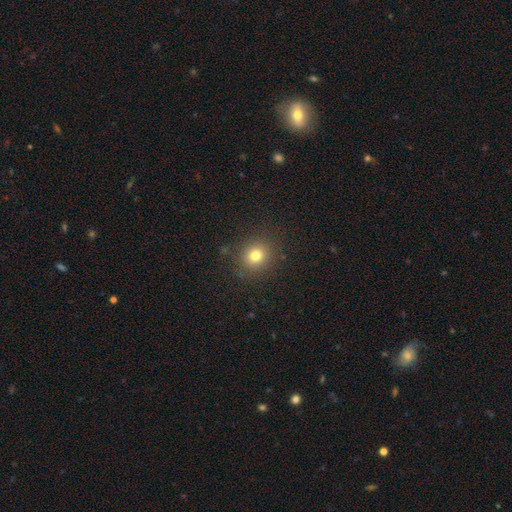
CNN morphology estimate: The model was most divided on "smooth or featured": smooth: 78%, star or artifact: 15%, featured or disk: 8%. More confident: merging — none (87%); how rounded — round (82%).